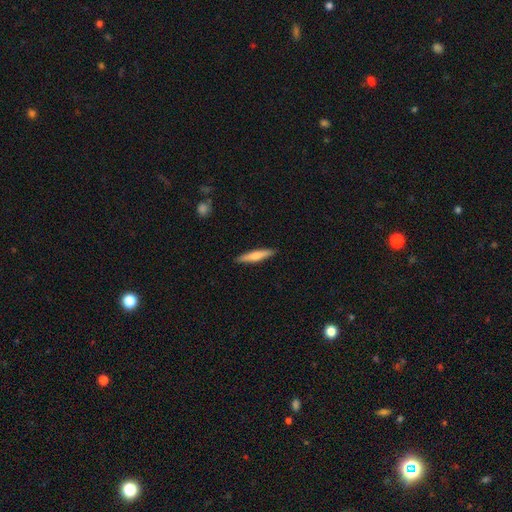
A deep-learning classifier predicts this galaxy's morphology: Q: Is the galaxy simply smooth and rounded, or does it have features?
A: smooth — 63%.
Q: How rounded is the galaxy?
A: cigar-shaped — 90%.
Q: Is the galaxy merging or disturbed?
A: none — 91%.